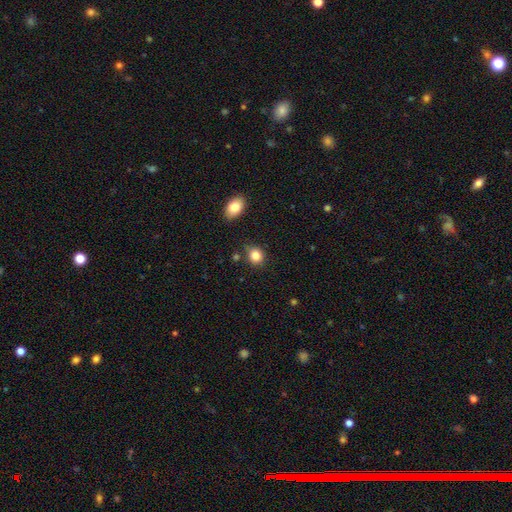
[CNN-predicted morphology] A smooth galaxy with no disk features (84%) that is round (70%). Merging: none (79%).